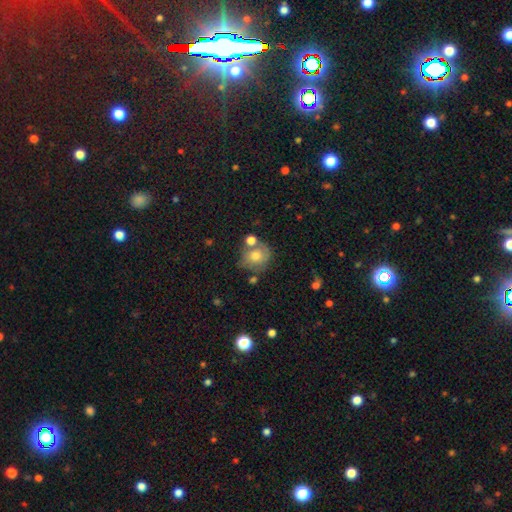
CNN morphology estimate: smooth 66%, featured or disk 24%, star or artifact 10%. Down the decision tree: how rounded — round (81%); merging — none (58%).